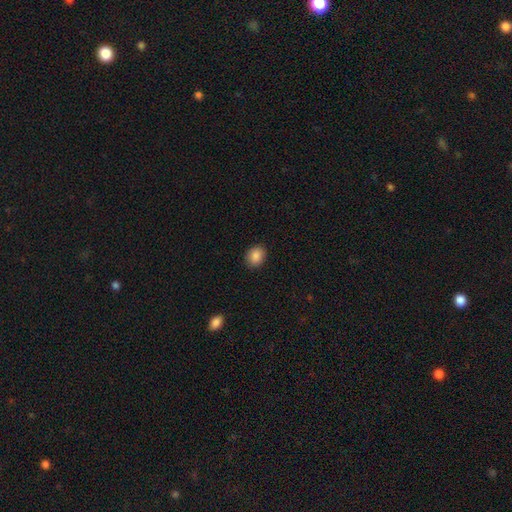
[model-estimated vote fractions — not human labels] Smooth or featured? Predicted: smooth (p=0.87). How rounded? Predicted: round (p=0.53). Merging? Predicted: none (p=0.90).